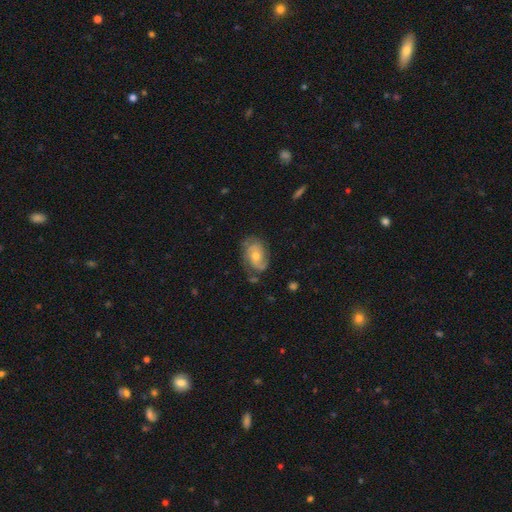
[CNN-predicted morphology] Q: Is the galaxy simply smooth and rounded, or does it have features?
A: featured or disk — 72%.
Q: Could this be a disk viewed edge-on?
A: no — 97%.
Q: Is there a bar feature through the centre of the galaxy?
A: no — 73%.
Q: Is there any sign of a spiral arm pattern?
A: yes — 91%.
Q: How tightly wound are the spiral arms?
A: tight — 43%.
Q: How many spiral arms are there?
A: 2 — 51%.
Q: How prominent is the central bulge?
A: moderate — 56%.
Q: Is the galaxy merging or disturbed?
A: none — 65%.